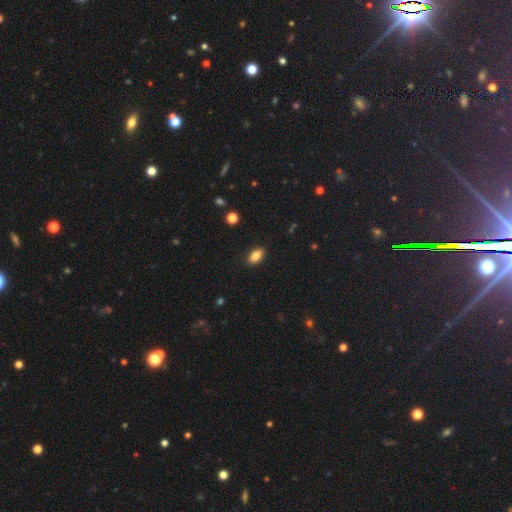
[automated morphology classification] Smooth or featured? Predicted: smooth (p=0.86). How rounded? Predicted: in between (p=0.90). Merging? Predicted: none (p=0.89).